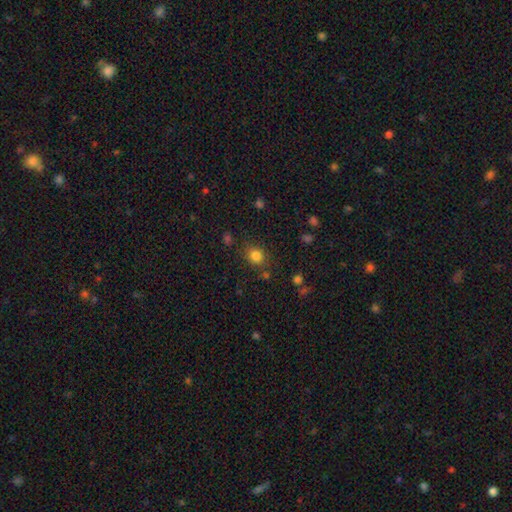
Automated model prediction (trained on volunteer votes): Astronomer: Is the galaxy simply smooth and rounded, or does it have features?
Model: smooth — 82%.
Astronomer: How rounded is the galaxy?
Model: round — 77%.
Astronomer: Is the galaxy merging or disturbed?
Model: none — 80%.